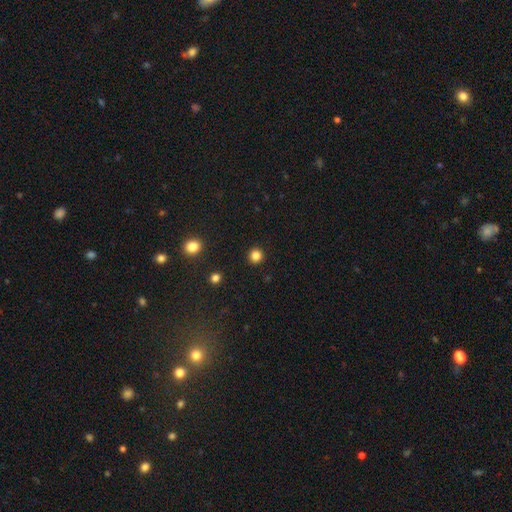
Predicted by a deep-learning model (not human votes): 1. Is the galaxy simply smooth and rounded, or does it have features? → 84% smooth, 13% star or artifact, 4% featured or disk.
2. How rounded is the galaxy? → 94% round, 5% in between, 1% cigar-shaped.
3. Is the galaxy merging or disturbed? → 93% none, 4% minor disturbance, 2% major disturbance, 1% merger.